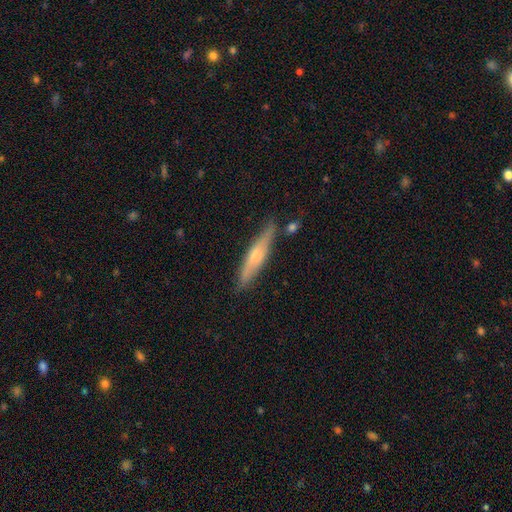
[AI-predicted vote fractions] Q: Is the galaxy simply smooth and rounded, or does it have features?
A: featured or disk — 55%.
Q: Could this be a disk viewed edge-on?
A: yes — 92%.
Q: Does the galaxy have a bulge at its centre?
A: rounded — 80%.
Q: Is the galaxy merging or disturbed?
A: none — 81%.